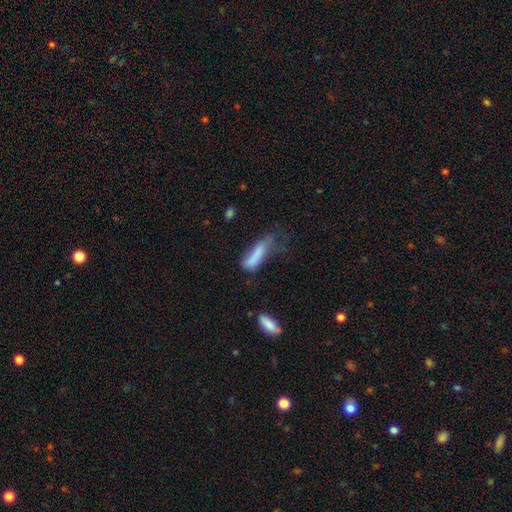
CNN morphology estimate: The model was most divided on "merging": major disturbance: 33%, minor disturbance: 32%, none: 27%, merger: 8%. More confident: smooth or featured — smooth (74%); how rounded — cigar-shaped (64%).